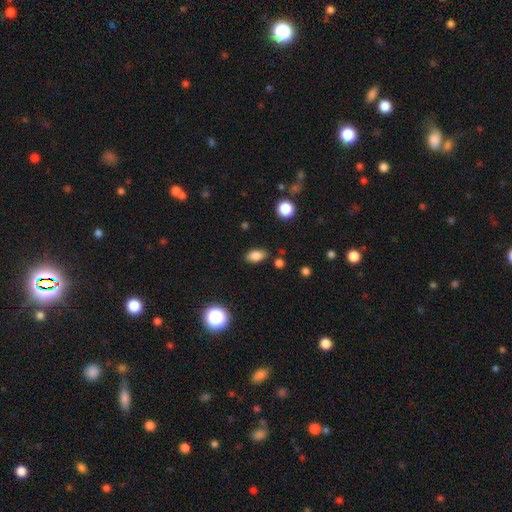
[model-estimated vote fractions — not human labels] This is clearly a smooth galaxy (83%). How rounded: clearly in between (88%). Merging: clearly none (84%).